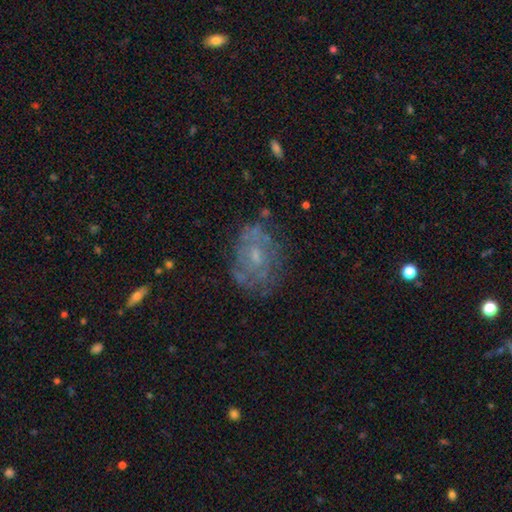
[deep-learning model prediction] Smooth or featured? featured or disk (60%)
Edge-on disk? no (96%)
Bar? no (76%)
Spiral arms? yes (57%)
Bulge size? small (58%)
Merging? none (69%)